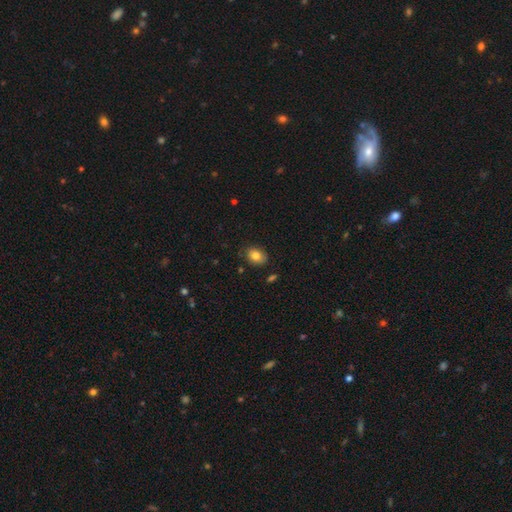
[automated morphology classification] This is clearly a smooth galaxy (81%). How rounded: likely in between (67%). Merging: clearly none (84%).